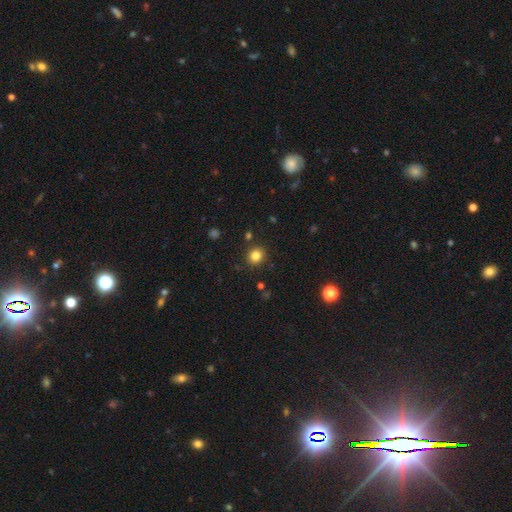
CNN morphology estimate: smooth-or-featured: smooth: 82% | star or artifact: 13% | featured or disk: 5%
  how-rounded: round: 86% | in between: 13% | cigar-shaped: 1%
  merging: none: 88% | minor disturbance: 7% | merger: 3% | major disturbance: 2%